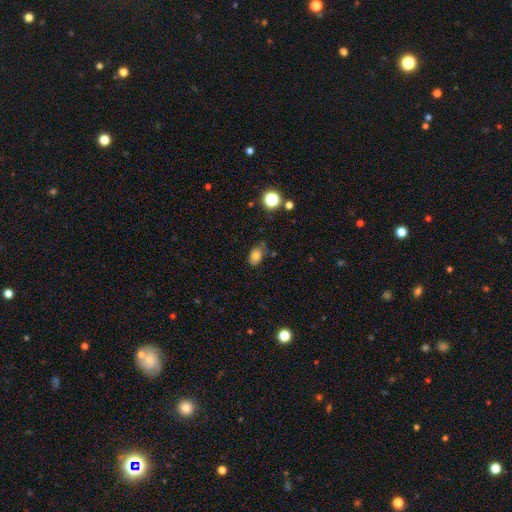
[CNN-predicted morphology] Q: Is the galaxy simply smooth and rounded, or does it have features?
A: smooth — 76%.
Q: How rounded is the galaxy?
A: in between — 79%.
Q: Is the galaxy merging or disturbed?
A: none — 65%.